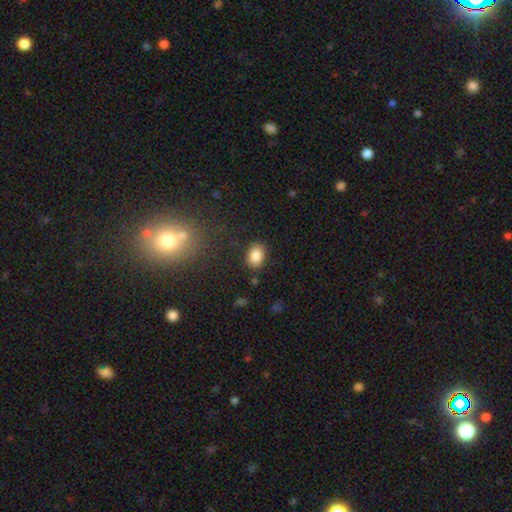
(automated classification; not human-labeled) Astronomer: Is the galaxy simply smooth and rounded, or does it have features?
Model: smooth — 86%.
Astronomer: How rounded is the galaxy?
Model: in between — 72%.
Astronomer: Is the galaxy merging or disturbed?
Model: none — 84%.